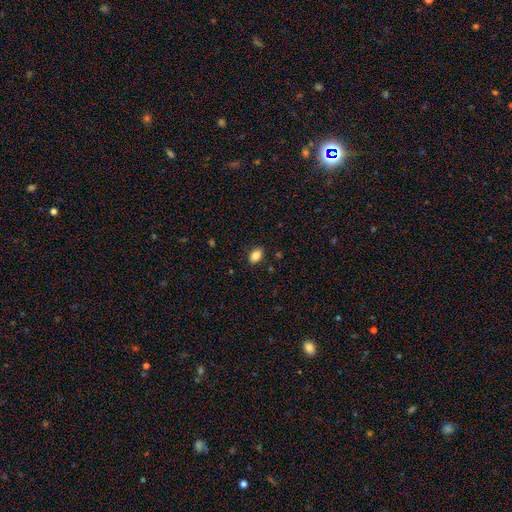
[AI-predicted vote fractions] Smooth or featured: smooth — 85% (star or artifact — 9%)
How rounded: in between — 86% (round — 12%)
Merging: none — 87% (minor disturbance — 9%)